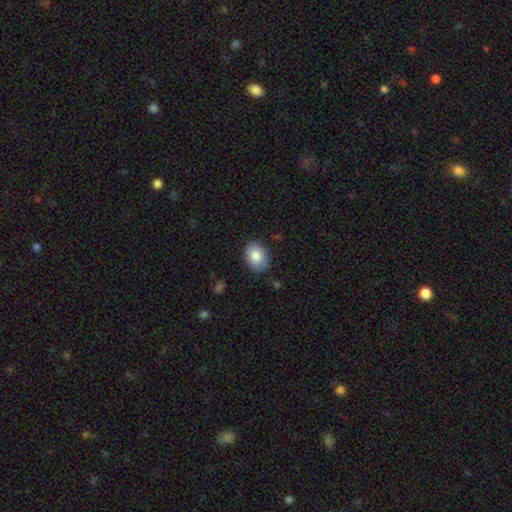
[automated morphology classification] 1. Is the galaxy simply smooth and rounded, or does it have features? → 85% smooth, 8% featured or disk, 7% star or artifact.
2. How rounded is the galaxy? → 69% in between, 30% round, 1% cigar-shaped.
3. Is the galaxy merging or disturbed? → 83% none, 14% minor disturbance, 3% major disturbance, 1% merger.